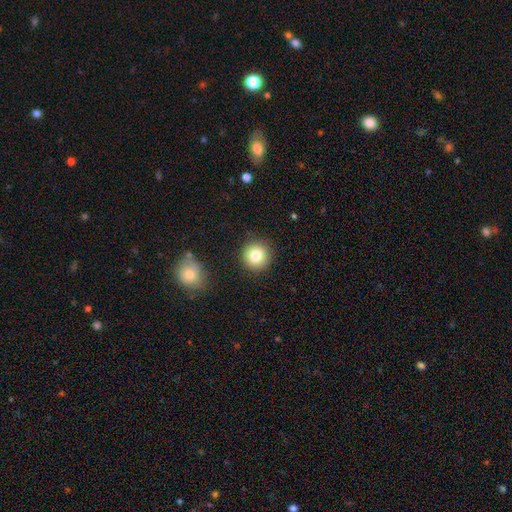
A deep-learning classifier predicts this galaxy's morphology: Q: Smooth or featured?
A: smooth (82%); runner-up: star or artifact (10%)
Q: How rounded?
A: round (93%); runner-up: in between (6%)
Q: Merging?
A: none (89%); runner-up: minor disturbance (7%)